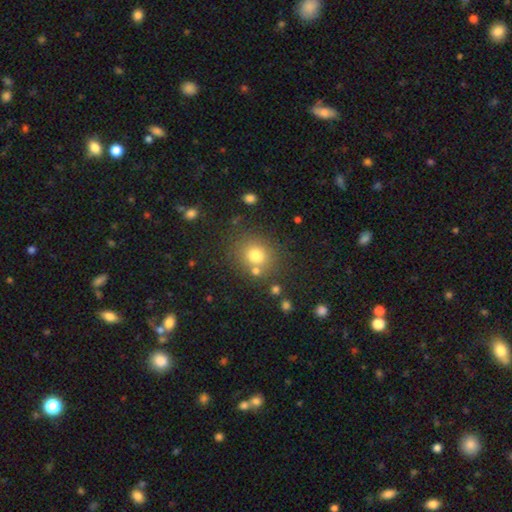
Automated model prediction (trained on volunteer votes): Overall: smooth (75%). How rounded: round (81%). Merging: none (74%).